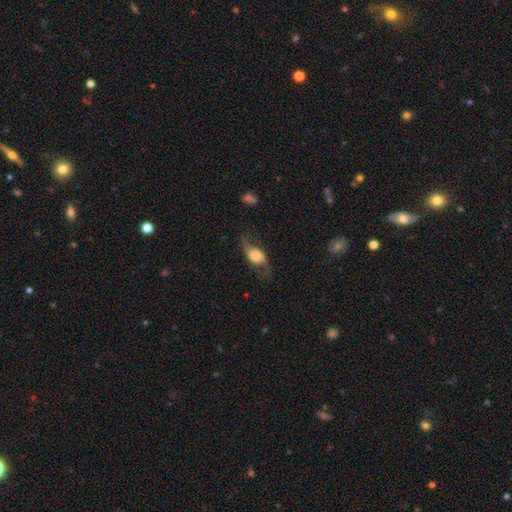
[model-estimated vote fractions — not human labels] Q: Smooth or featured?
A: featured or disk (58%); runner-up: smooth (33%)
Q: Edge-on disk?
A: no (84%); runner-up: yes (16%)
Q: Merging?
A: none (60%); runner-up: minor disturbance (20%)